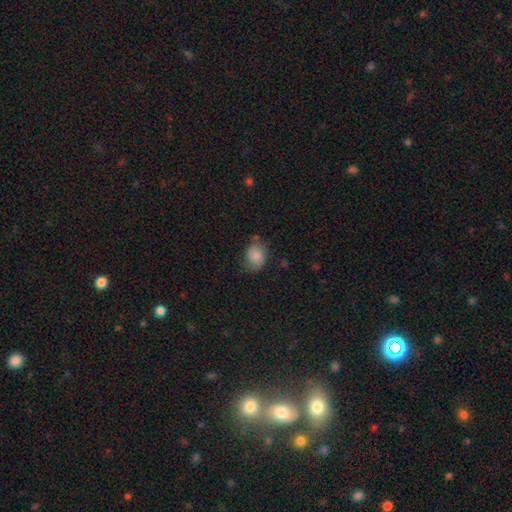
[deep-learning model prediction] Smooth or featured?
  - smooth: 80% *
  - featured or disk: 12%
  - star or artifact: 8%
How rounded?
  - in between: 59% *
  - round: 40%
  - cigar-shaped: 1%
Merging?
  - none: 59% *
  - minor disturbance: 29%
  - major disturbance: 9%
  - merger: 3%